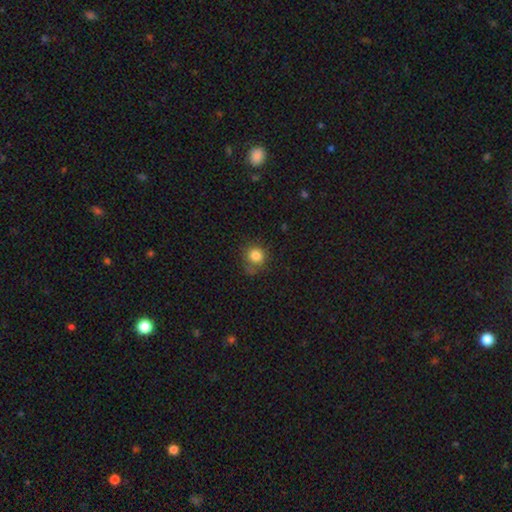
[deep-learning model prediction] This appears to be a smooth galaxy with no disk features (83%) that is round (88%). Merging: none (68%).